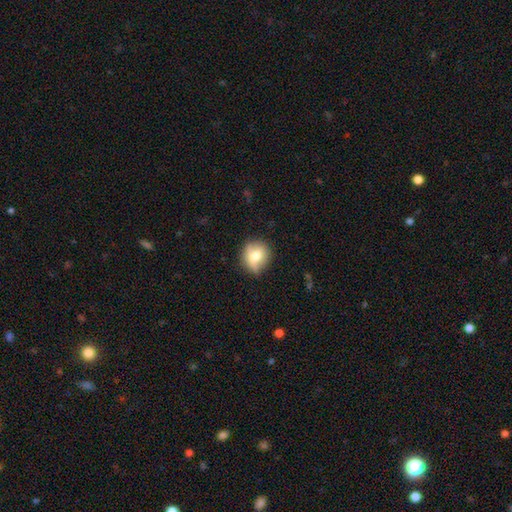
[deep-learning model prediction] smooth 65%, featured or disk 26%, star or artifact 9%. Down the decision tree: how rounded — round (79%); merging — none (70%).